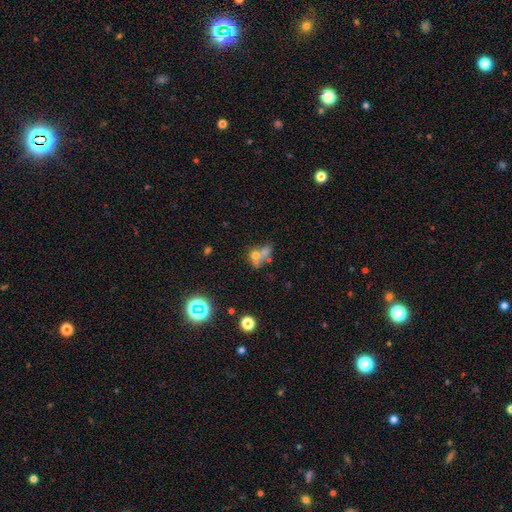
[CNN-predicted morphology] Smooth or featured? smooth (51%)
How rounded? round (60%)
Merging? merger (56%)